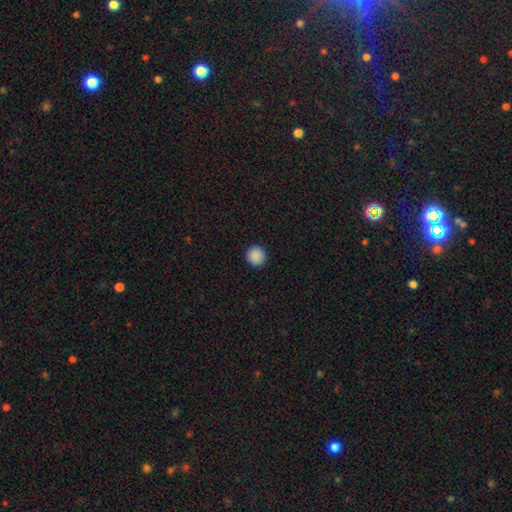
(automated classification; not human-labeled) The model was most divided on "smooth or featured": smooth: 89%, star or artifact: 9%, featured or disk: 2%. More confident: how rounded — round (94%); merging — none (93%).